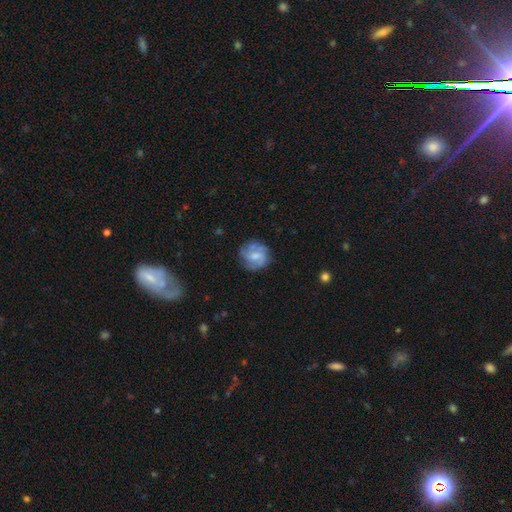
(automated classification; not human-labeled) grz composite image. It shows a featured or disk galaxy (54%) with no bar (47%), spiral arms (72%) and a moderate central bulge (45%). Merging: none (71%).